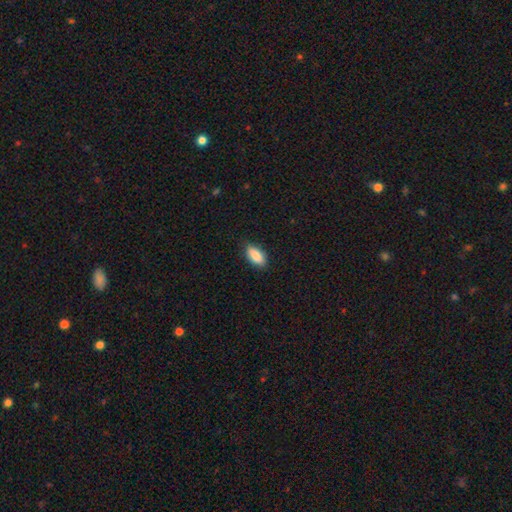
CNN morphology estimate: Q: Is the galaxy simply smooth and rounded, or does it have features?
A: smooth — 87%.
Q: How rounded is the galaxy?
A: in between — 87%.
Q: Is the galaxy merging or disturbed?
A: none — 84%.